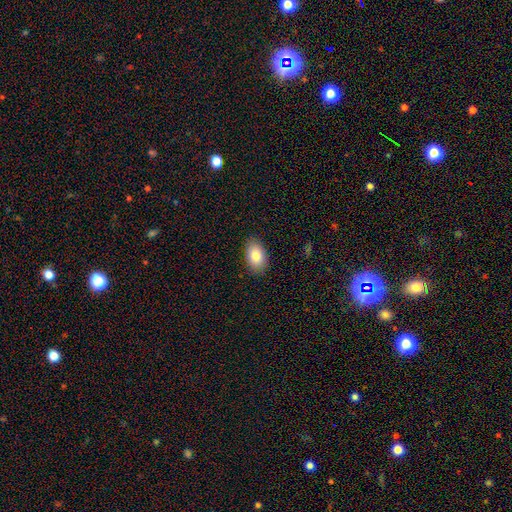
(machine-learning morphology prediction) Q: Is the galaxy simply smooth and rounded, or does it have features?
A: smooth — 83%.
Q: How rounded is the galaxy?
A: in between — 92%.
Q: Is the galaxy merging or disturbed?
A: none — 87%.